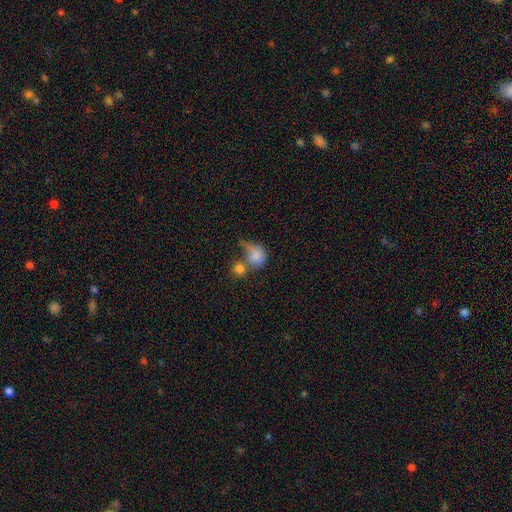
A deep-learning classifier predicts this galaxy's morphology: Smooth or featured? Predicted: smooth (p=0.76). How rounded? Predicted: round (p=0.68). Merging? Predicted: merger (p=0.46).